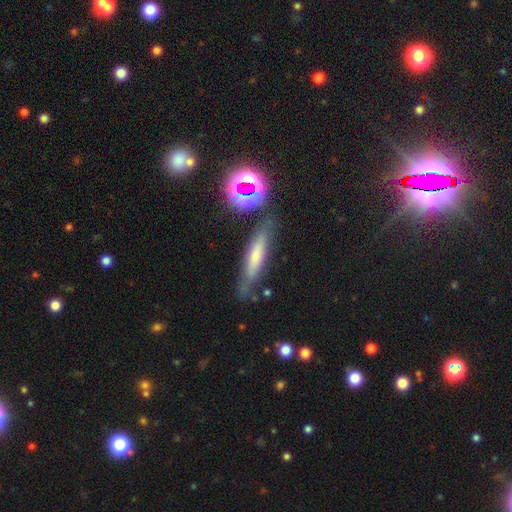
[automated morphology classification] Smooth or featured? Predicted: smooth (p=0.52). How rounded? Predicted: cigar-shaped (p=0.79). Merging? Predicted: none (p=0.72).